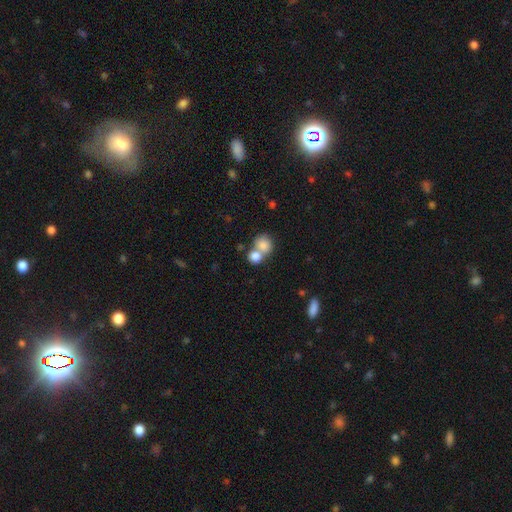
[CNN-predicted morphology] smooth_or_featured: smooth (p=0.81) [alt: featured or disk p=0.10]
how_rounded: round (p=0.71) [alt: in between p=0.28]
merging: merger (p=0.58) [alt: none p=0.33]